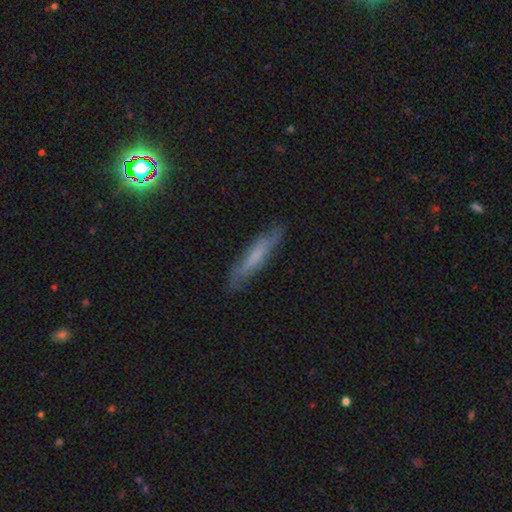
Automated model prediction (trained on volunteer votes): This is possibly a smooth galaxy (50%). How rounded: clearly cigar-shaped (88%). Merging: clearly none (80%).